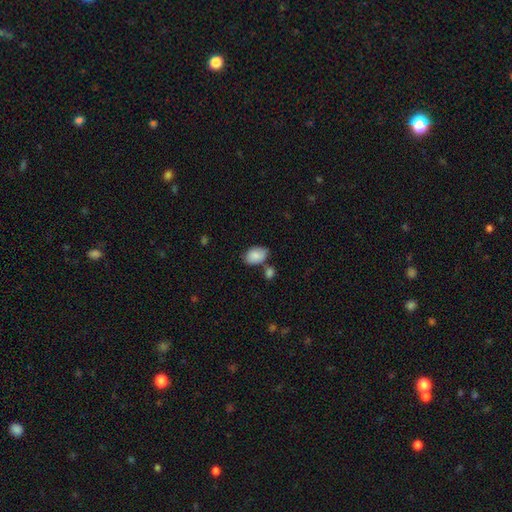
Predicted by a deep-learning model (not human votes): Overall: smooth (85%). How rounded: in between (85%). Merging: none (58%; minor disturbance 21%).